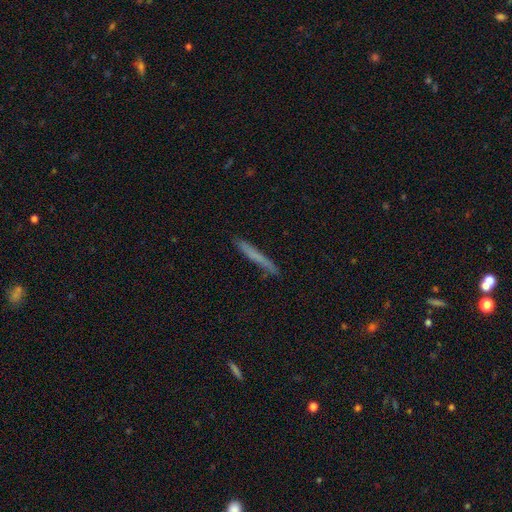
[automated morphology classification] smooth-or-featured: smooth: 62% | featured or disk: 31% | star or artifact: 7%
  how-rounded: cigar-shaped: 96% | in between: 2% | round: 1%
  merging: none: 84% | minor disturbance: 12% | major disturbance: 2% | merger: 2%